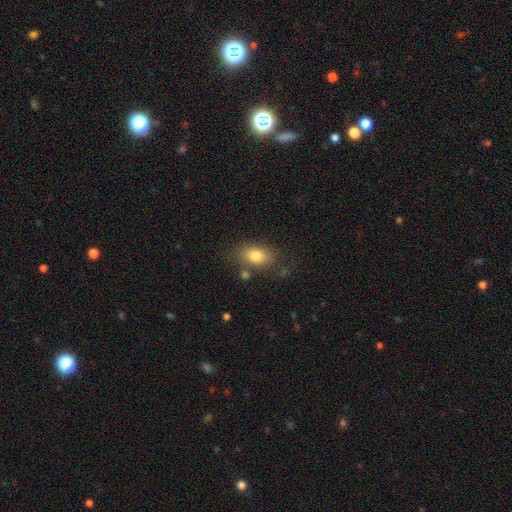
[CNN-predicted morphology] The model was most divided on "merging": none: 72%, minor disturbance: 16%, major disturbance: 6%, merger: 6%. More confident: how rounded — in between (81%); smooth or featured — smooth (80%).